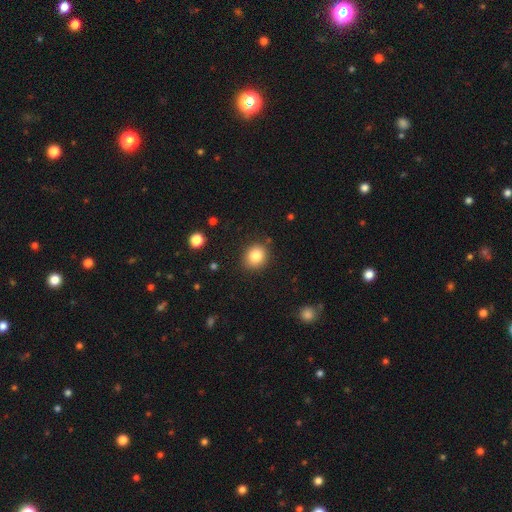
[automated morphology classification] smooth_or_featured: smooth (p=0.84) [alt: star or artifact p=0.10]
how_rounded: round (p=0.76) [alt: in between p=0.23]
merging: none (p=0.87) [alt: minor disturbance p=0.09]